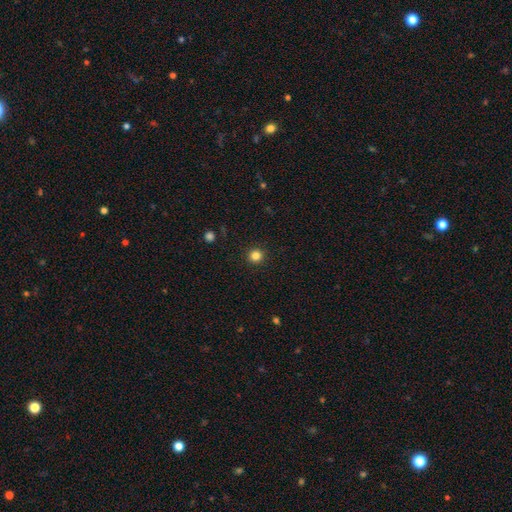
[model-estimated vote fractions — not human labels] Q: Smooth or featured?
A: smooth (83%); runner-up: star or artifact (12%)
Q: How rounded?
A: round (94%); runner-up: in between (5%)
Q: Merging?
A: none (93%); runner-up: minor disturbance (5%)